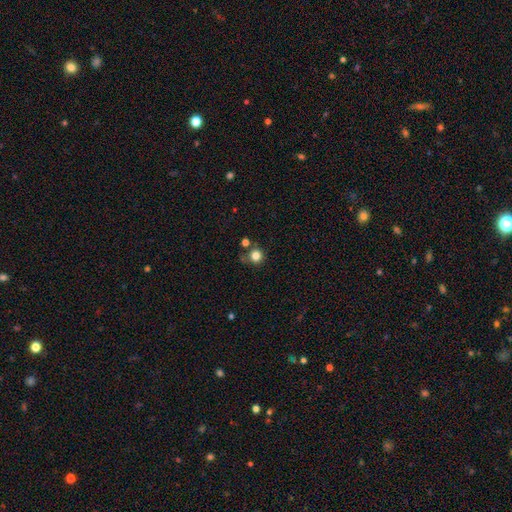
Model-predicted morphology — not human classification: smooth-or-featured: smooth: 81% | star or artifact: 12% | featured or disk: 7%
  how-rounded: round: 92% | in between: 7% | cigar-shaped: 1%
  merging: none: 67% | minor disturbance: 15% | merger: 12% | major disturbance: 7%